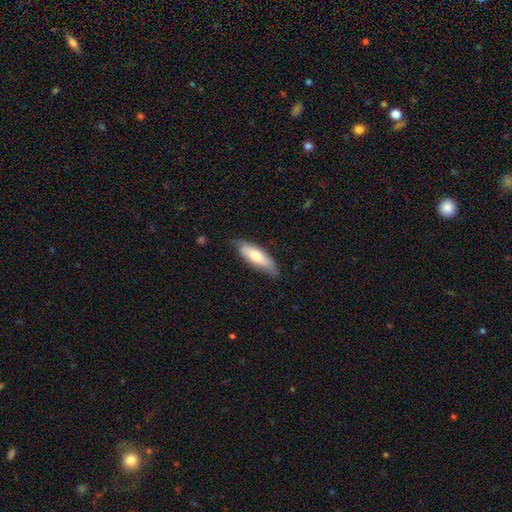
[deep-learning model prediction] Smooth or featured? Predicted: smooth (p=0.65). How rounded? Predicted: in between (p=0.57). Merging? Predicted: none (p=0.75).